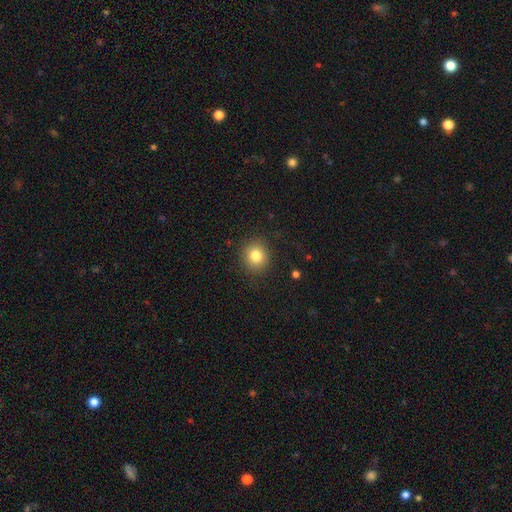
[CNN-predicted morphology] This is clearly a smooth galaxy (81%). How rounded: clearly round (86%). Merging: clearly none (89%).